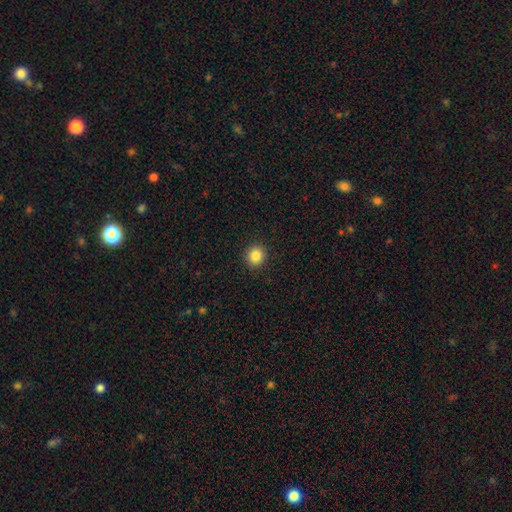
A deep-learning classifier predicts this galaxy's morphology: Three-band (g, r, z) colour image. It shows a smooth galaxy with no disk features (85%) that is round (90%). Merging: none (92%).